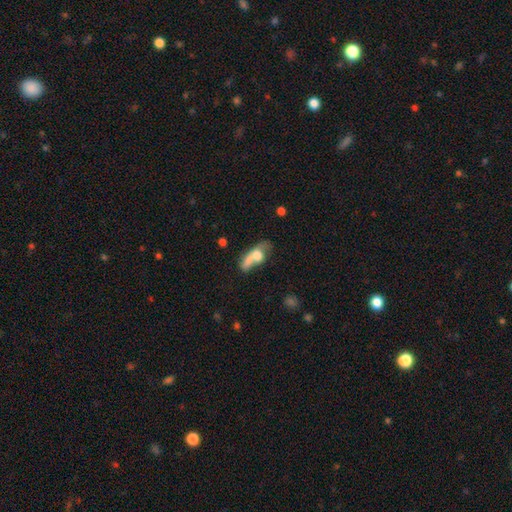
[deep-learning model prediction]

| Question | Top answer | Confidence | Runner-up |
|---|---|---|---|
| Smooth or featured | smooth | 61% | featured or disk (29%) |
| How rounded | in between | 65% | cigar-shaped (21%) |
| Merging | merger | 48% | none (20%) |